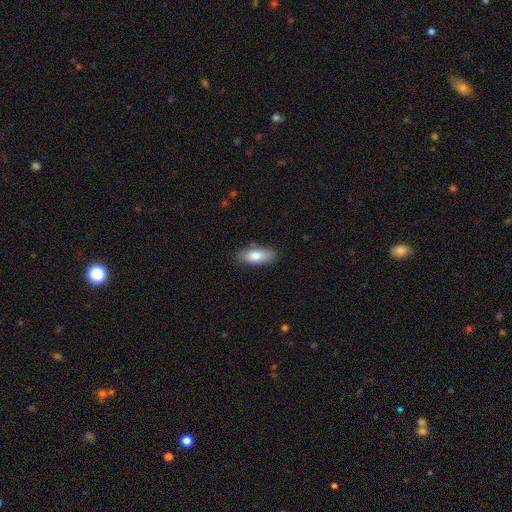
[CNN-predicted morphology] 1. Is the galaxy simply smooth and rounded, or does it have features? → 80% smooth, 13% featured or disk, 6% star or artifact.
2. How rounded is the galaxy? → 79% in between, 19% cigar-shaped, 3% round.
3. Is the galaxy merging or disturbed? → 83% none, 13% minor disturbance, 3% major disturbance, 1% merger.